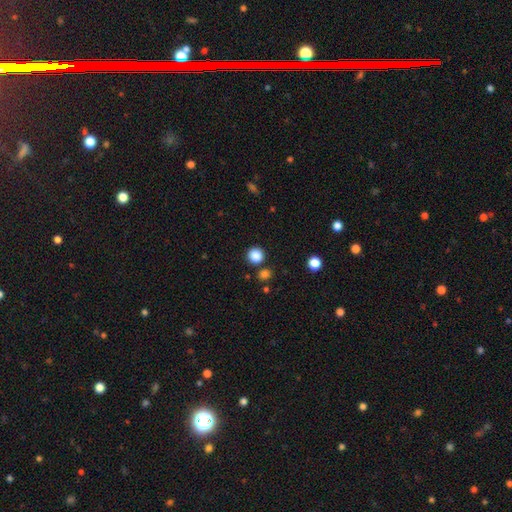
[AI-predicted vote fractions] A smooth galaxy with no disk features (86%) that is round (93%). Merging: none (85%).